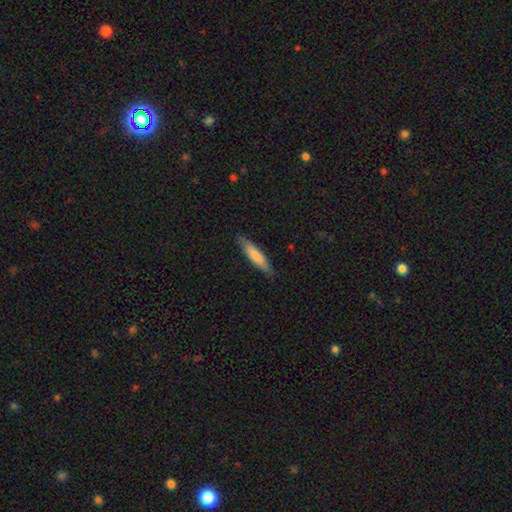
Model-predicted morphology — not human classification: A smooth galaxy with no disk features (73%) that is cigar-shaped (84%). Merging: none (87%).